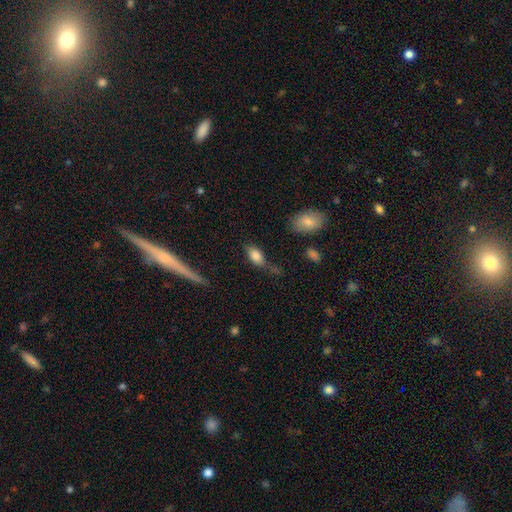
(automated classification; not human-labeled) This is clearly a smooth galaxy (81%). How rounded: clearly in between (88%). Merging: possibly none (50%).